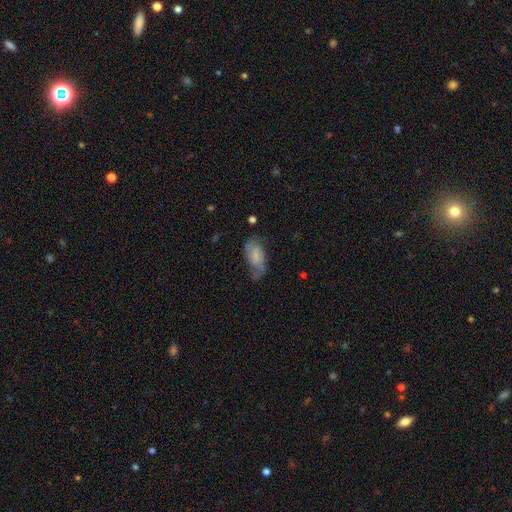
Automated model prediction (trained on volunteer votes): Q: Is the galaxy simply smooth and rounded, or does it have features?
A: featured or disk — 54%.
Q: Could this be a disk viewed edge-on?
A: no — 94%.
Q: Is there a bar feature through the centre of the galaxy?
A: no — 51%.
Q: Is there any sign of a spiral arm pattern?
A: yes — 84%.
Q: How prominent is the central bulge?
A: small — 49%.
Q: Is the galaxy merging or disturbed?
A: none — 52%.